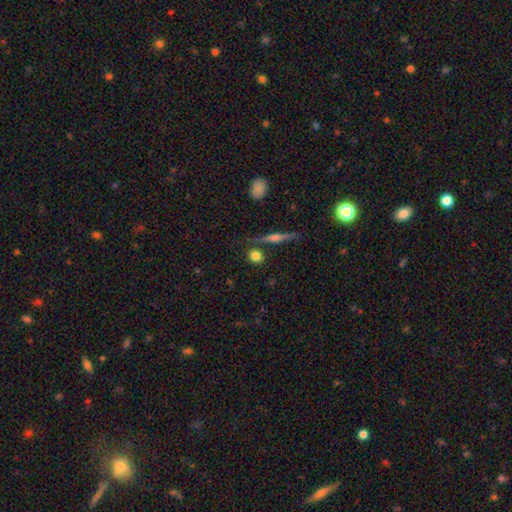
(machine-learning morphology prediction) smooth_or_featured: smooth (p=0.77) [alt: featured or disk p=0.13]
how_rounded: round (p=0.80) [alt: in between p=0.16]
merging: none (p=0.80) [alt: minor disturbance p=0.10]